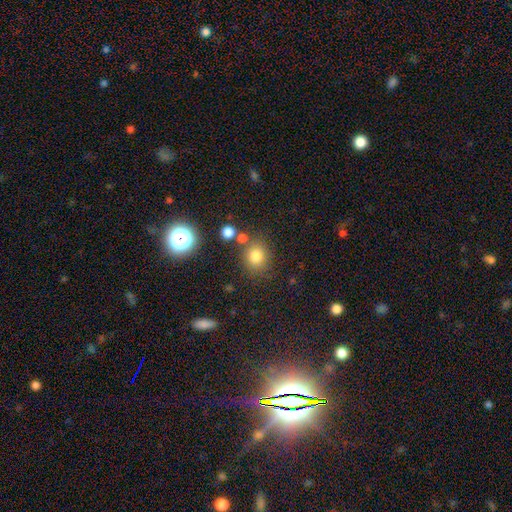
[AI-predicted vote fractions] Smooth or featured? smooth (78%)
How rounded? round (80%)
Merging? none (75%)